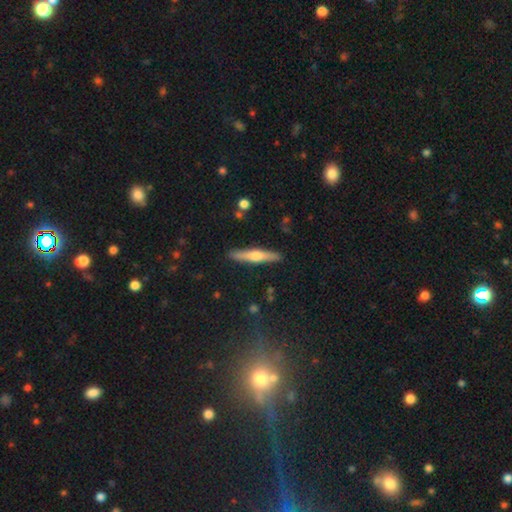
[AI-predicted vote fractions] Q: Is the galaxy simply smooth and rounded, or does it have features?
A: featured or disk — 52%.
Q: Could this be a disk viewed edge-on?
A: yes — 95%.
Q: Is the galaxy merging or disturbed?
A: none — 89%.